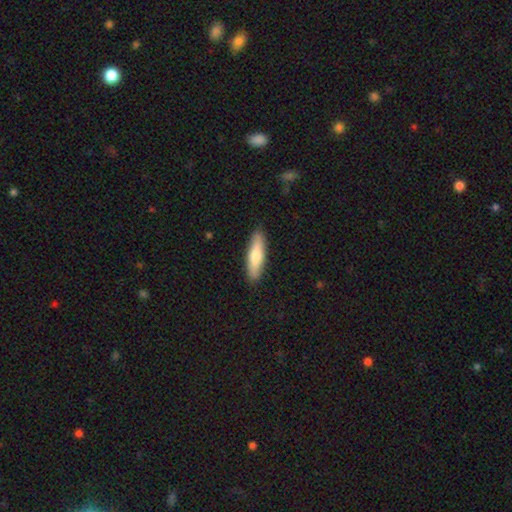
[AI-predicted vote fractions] A smooth galaxy with no disk features (70%) that is cigar-shaped (67%).

Vote fractions:
- Smooth or featured? smooth: 70% / featured or disk: 25% / star or artifact: 5%
- How rounded? cigar-shaped: 67% / in between: 32% / round: 2%
- Merging? none: 89% / minor disturbance: 8% / major disturbance: 2% / merger: 1%